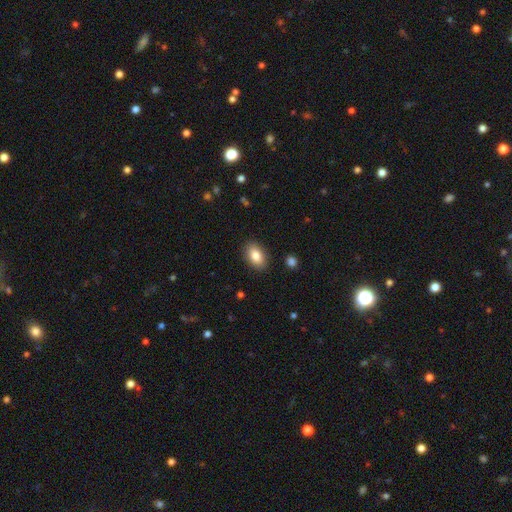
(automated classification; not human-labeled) Overall: smooth (84%). How rounded: in between (90%). Merging: none (88%).